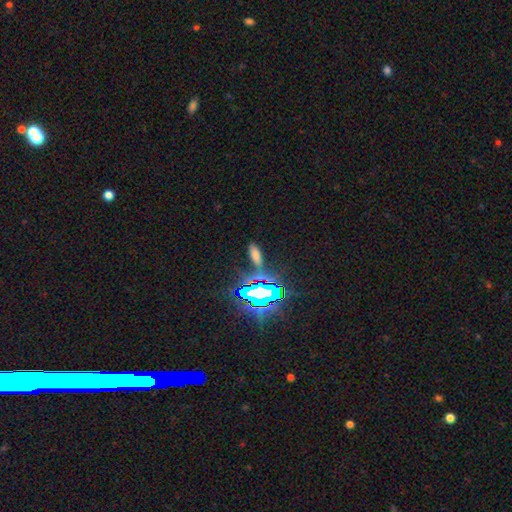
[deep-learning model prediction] Smooth or featured: smooth — 55% (star or artifact — 35%)
How rounded: in between — 67% (cigar-shaped — 27%)
Merging: none — 74% (minor disturbance — 14%)